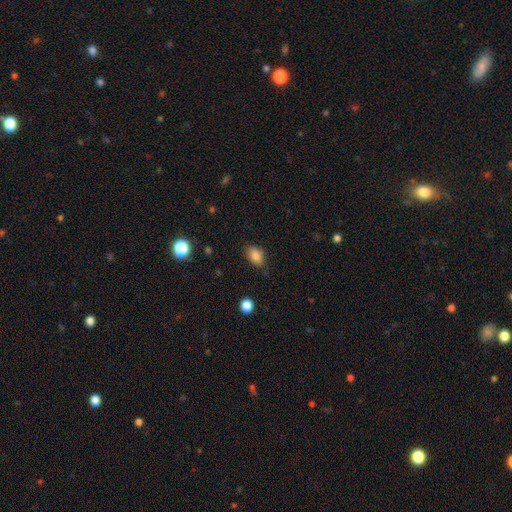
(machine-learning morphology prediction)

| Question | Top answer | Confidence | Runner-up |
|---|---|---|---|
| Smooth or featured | smooth | 84% | star or artifact (9%) |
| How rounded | in between | 86% | round (12%) |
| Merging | none | 78% | minor disturbance (17%) |